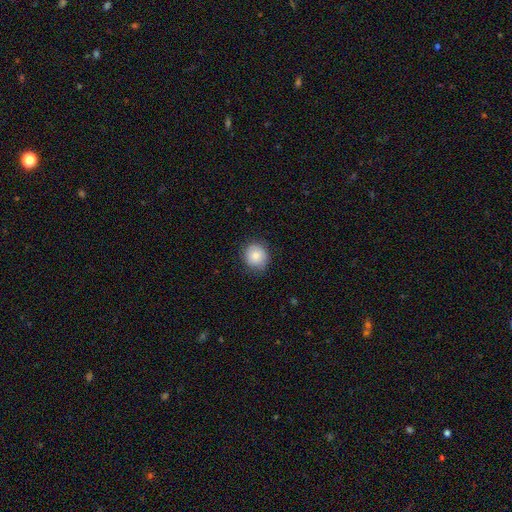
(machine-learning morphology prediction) A smooth galaxy with no disk features (82%) that is round (88%). Merging: none (82%).